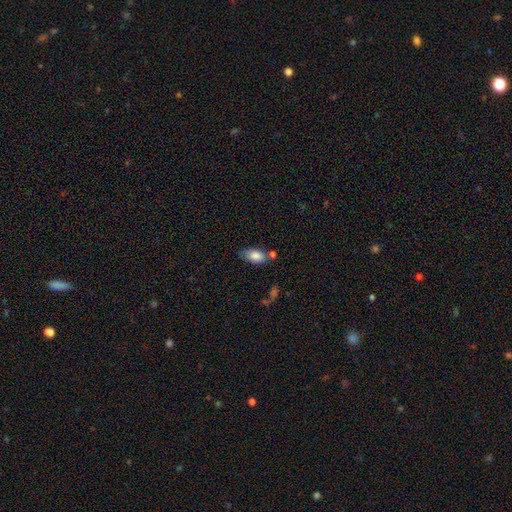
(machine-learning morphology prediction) type=smooth (84%); roundness=in between (91%); merging=none (54%).